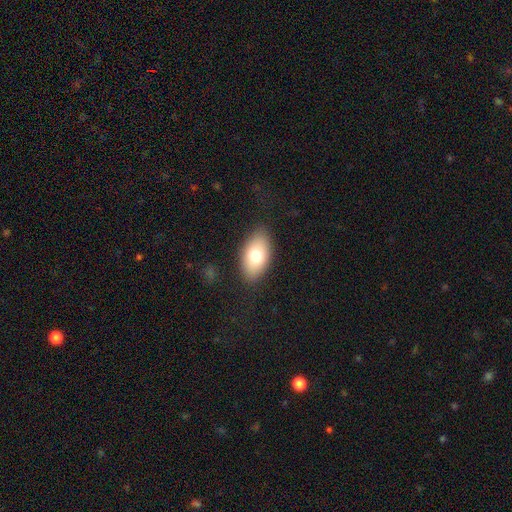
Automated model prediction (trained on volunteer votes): Smooth or featured? Predicted: smooth (p=0.73). How rounded? Predicted: in between (p=0.92). Merging? Predicted: none (p=0.83).